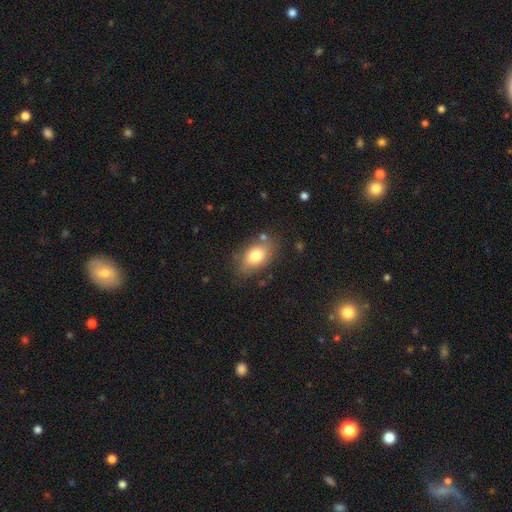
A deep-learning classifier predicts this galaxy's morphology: Smooth or featured?
  - smooth: 78% *
  - featured or disk: 14%
  - star or artifact: 8%
How rounded?
  - in between: 86% *
  - round: 11%
  - cigar-shaped: 2%
Merging?
  - none: 76% *
  - minor disturbance: 15%
  - major disturbance: 5%
  - merger: 4%